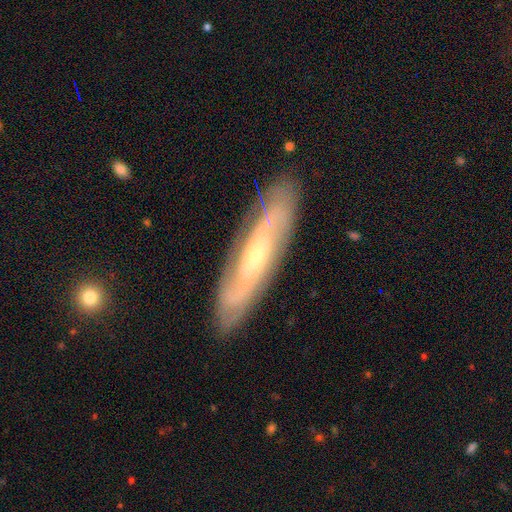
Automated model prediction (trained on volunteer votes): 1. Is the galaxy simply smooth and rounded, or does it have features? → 71% featured or disk, 22% smooth, 6% star or artifact.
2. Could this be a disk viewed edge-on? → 75% no, 25% yes.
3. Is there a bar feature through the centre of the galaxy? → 49% no, 35% weak, 16% strong.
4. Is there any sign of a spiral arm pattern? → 87% yes, 13% no.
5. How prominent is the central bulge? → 62% small, 29% moderate, 4% large, 3% none, 1% dominant.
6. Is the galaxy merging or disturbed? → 83% none, 12% minor disturbance, 4% major disturbance, 1% merger.